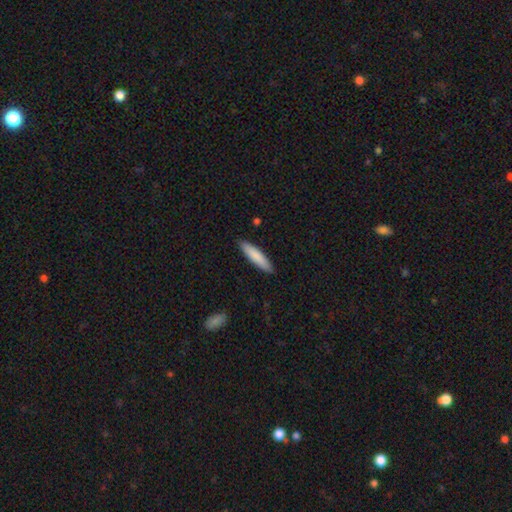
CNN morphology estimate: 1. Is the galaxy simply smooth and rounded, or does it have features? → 83% smooth, 11% featured or disk, 5% star or artifact.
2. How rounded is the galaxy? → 80% cigar-shaped, 19% in between, 1% round.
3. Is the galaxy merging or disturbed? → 89% none, 8% minor disturbance, 2% major disturbance, 1% merger.